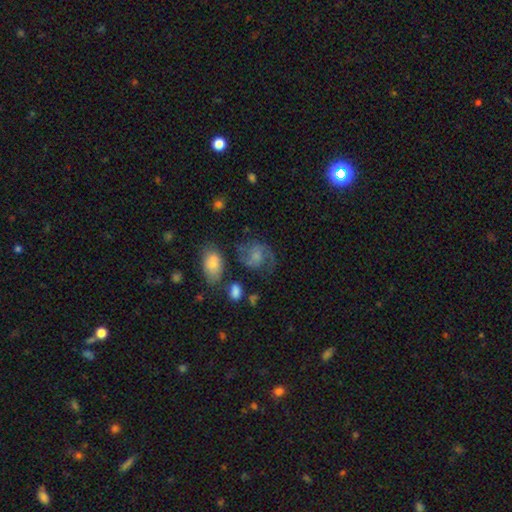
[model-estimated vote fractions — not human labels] This is possibly a featured or disk galaxy (60%). It is clearly not viewed edge-on (98%). Bar: likely no (64%). Spiral arm pattern: clearly yes (87%). Spiral arm count: likely 2 (74%). Spiral winding: possibly medium (50%). Central bulge: marginally small (41%). Merging: possibly none (52%).